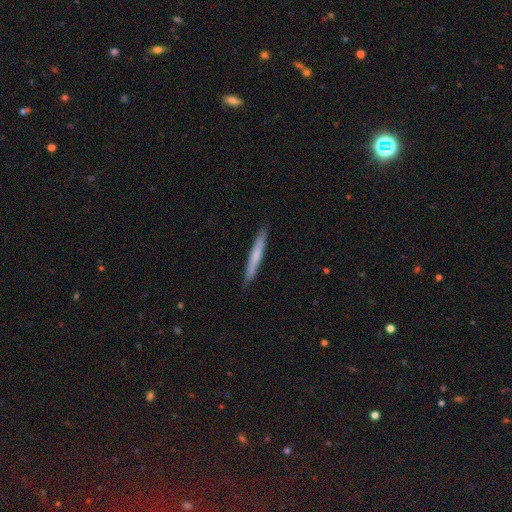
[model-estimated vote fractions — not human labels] Morphology: type=smooth (62%); roundness=cigar-shaped (96%); merging=none (89%).